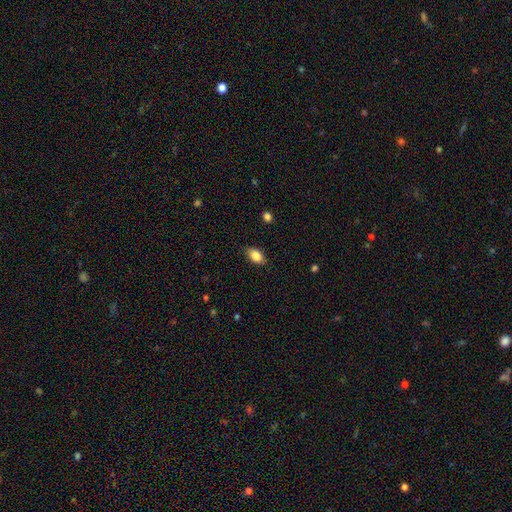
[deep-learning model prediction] Overall: smooth (85%). How rounded: in between (89%). Merging: none (83%).